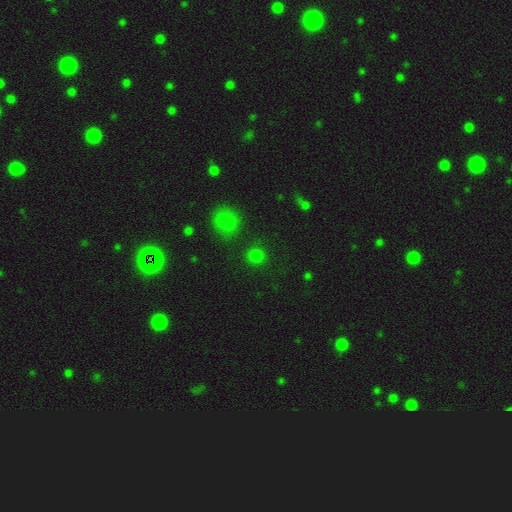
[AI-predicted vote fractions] Smooth or featured? Predicted: smooth (p=0.79). How rounded? Predicted: round (p=0.91). Merging? Predicted: none (p=0.86).